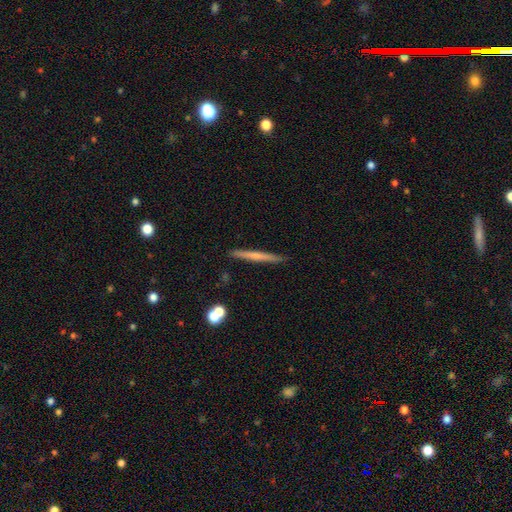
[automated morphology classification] Q: Smooth or featured?
A: featured or disk (47%); runner-up: smooth (46%)
Q: Merging?
A: none (90%); runner-up: minor disturbance (7%)